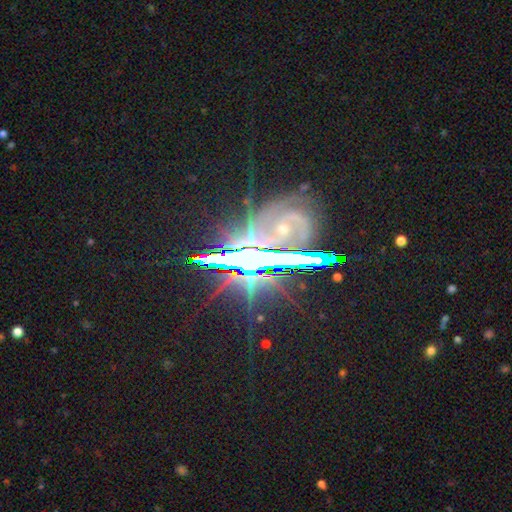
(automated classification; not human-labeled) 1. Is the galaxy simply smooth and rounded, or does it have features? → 53% star or artifact, 37% featured or disk, 11% smooth.